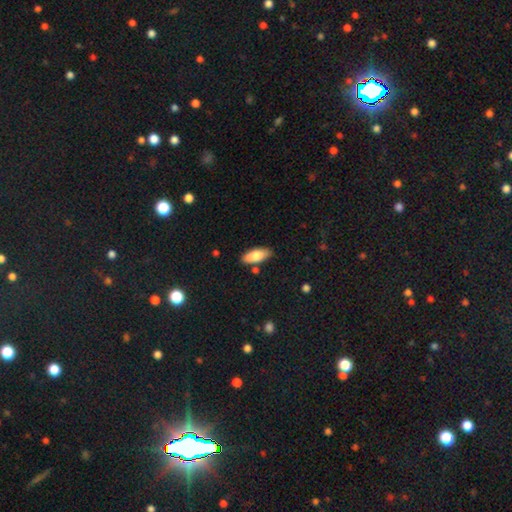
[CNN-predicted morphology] A smooth galaxy with no disk features (76%) that is in between round and cigar-shaped (79%). Merging: none (80%).